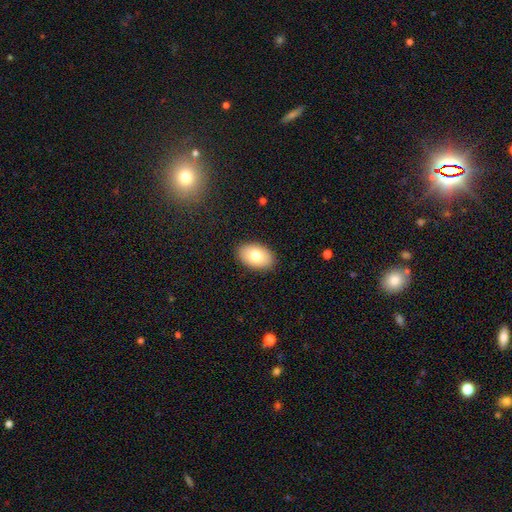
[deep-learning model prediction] This is likely a smooth galaxy (79%). How rounded: clearly in between (91%). Merging: clearly none (89%).